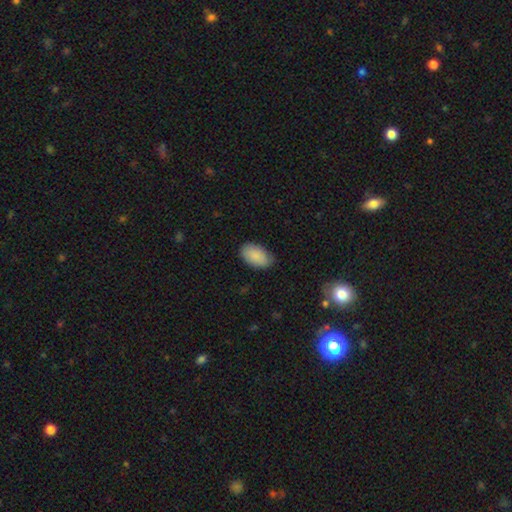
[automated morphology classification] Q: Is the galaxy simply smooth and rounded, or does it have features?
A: smooth — 88%.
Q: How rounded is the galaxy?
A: in between — 94%.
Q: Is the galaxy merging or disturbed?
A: none — 77%.